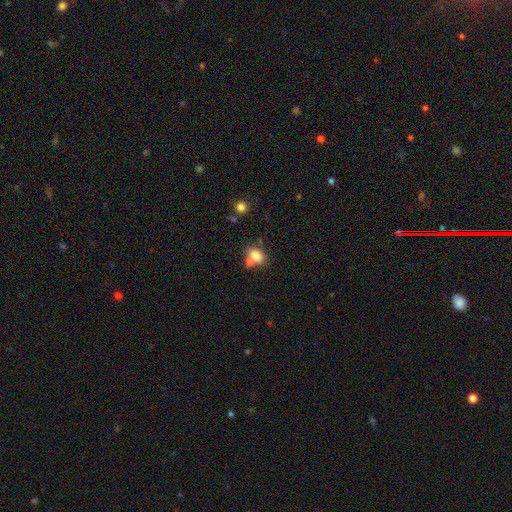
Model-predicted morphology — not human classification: Overall: smooth (77%). How rounded: in between (75%). Merging: none (47%; merger 36%).